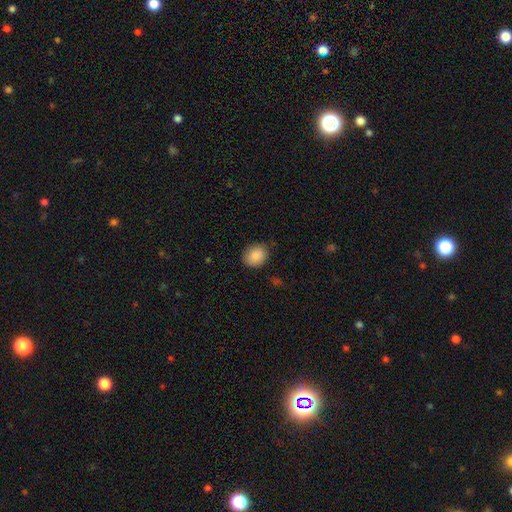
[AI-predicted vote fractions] Q: Smooth or featured?
A: smooth (88%); runner-up: star or artifact (7%)
Q: How rounded?
A: round (54%); runner-up: in between (45%)
Q: Merging?
A: none (83%); runner-up: minor disturbance (13%)